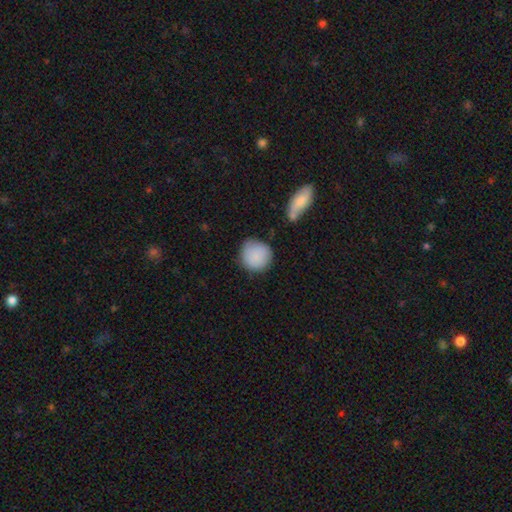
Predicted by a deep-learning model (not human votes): Morphology: type=smooth (85%); roundness=round (91%); merging=none (69%).